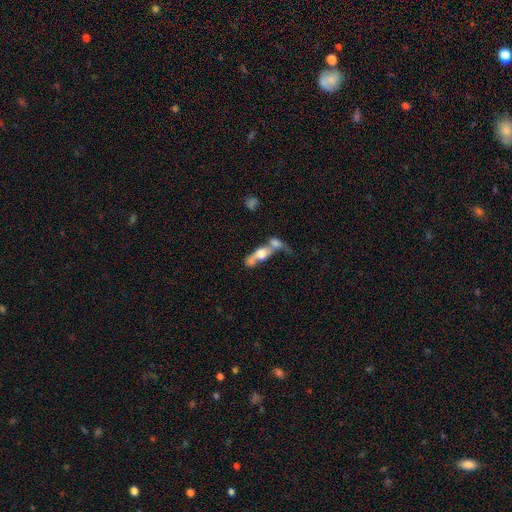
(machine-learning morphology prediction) smooth-or-featured: featured or disk: 46% | smooth: 44% | star or artifact: 10%
  merging: merger: 65% | none: 15% | major disturbance: 11% | minor disturbance: 8%